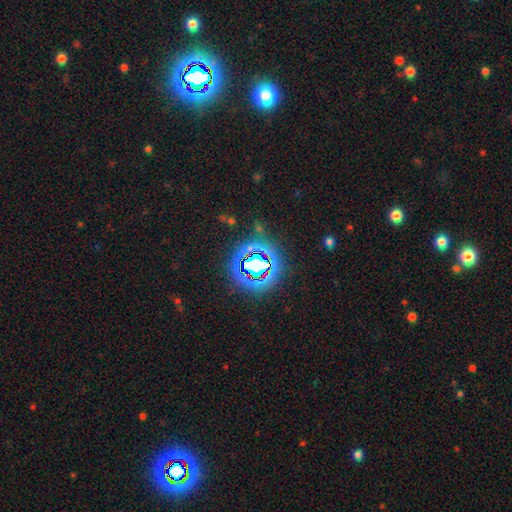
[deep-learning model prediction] A star or artifact, not a galaxy (80%).